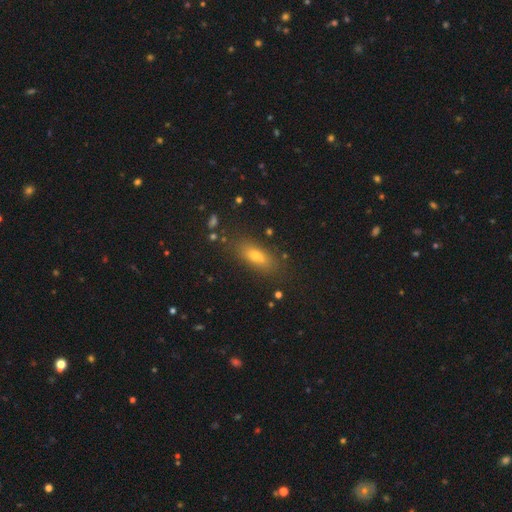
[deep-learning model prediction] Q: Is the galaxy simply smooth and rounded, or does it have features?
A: smooth — 73%.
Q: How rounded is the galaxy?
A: in between — 68%.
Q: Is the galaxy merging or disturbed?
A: none — 82%.